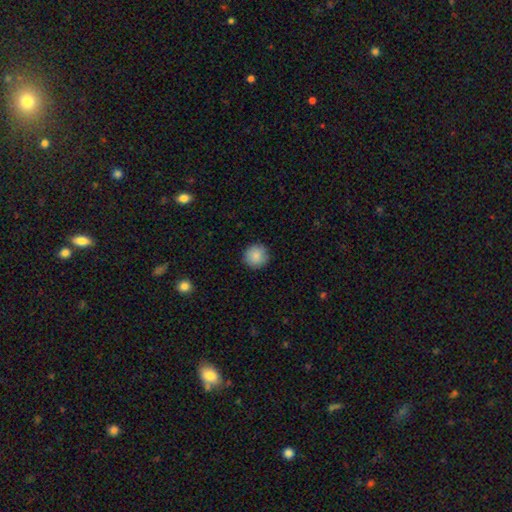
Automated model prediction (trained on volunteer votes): Smooth or featured: smooth — 87% (star or artifact — 8%)
How rounded: round — 95% (in between — 4%)
Merging: none — 90% (minor disturbance — 7%)